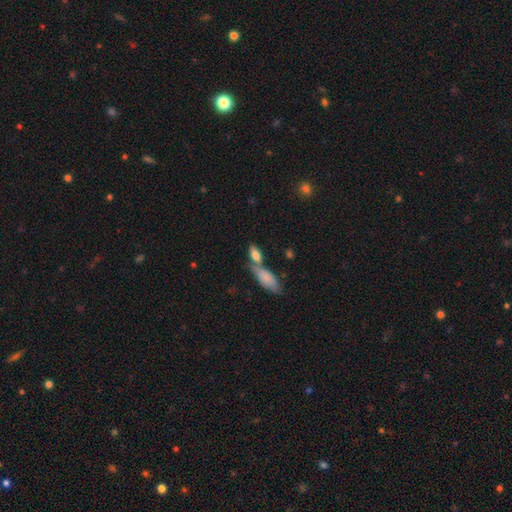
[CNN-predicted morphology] The model was most divided on "merging": none: 47%, merger: 38%, minor disturbance: 11%, major disturbance: 4%. More confident: how rounded — in between (76%); smooth or featured — smooth (75%).